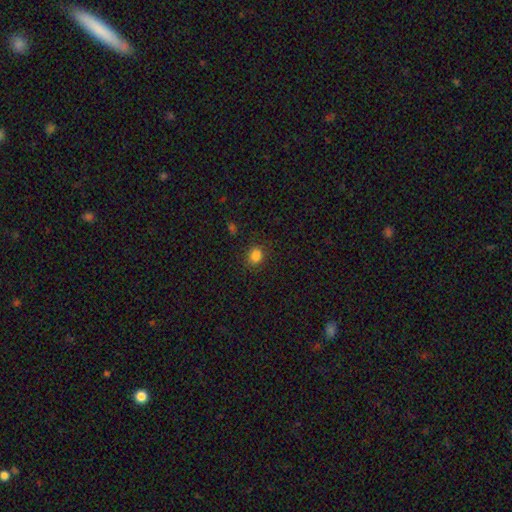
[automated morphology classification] Q: Smooth or featured?
A: smooth (82%); runner-up: star or artifact (14%)
Q: How rounded?
A: round (53%); runner-up: in between (46%)
Q: Merging?
A: none (82%); runner-up: minor disturbance (13%)